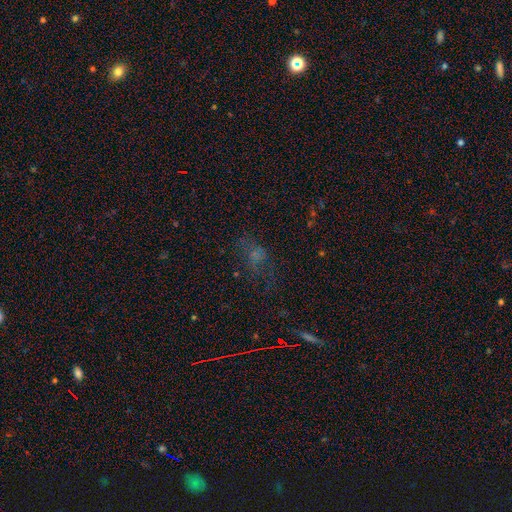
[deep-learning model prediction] Smooth or featured: smooth — 44% (star or artifact — 31%)
Merging: none — 44% (major disturbance — 31%)